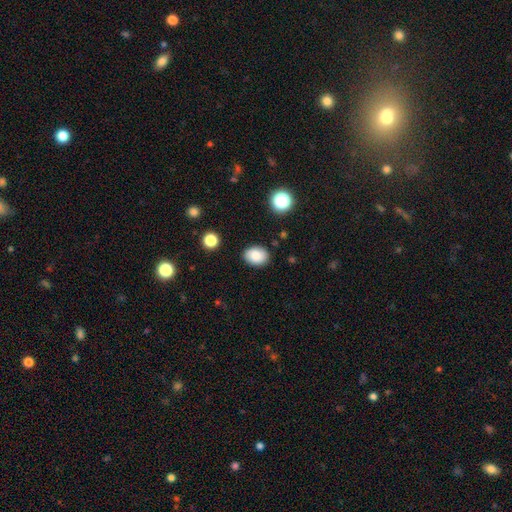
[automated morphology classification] Q: Smooth or featured?
A: smooth (84%); runner-up: star or artifact (9%)
Q: How rounded?
A: in between (66%); runner-up: round (33%)
Q: Merging?
A: none (86%); runner-up: minor disturbance (10%)